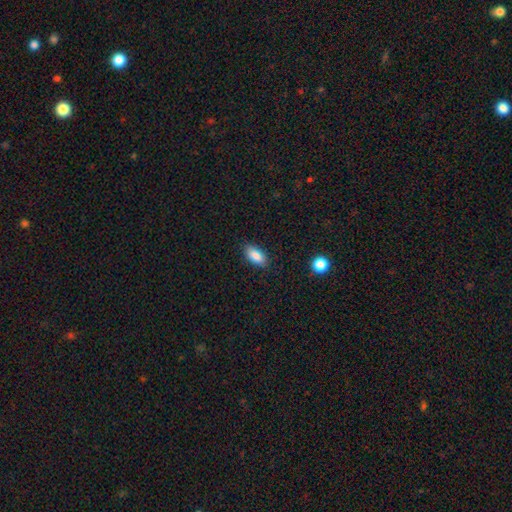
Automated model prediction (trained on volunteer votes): Smooth or featured?
  - smooth: 86% *
  - star or artifact: 8%
  - featured or disk: 6%
How rounded?
  - in between: 90% *
  - cigar-shaped: 7%
  - round: 4%
Merging?
  - none: 85% *
  - minor disturbance: 11%
  - major disturbance: 2%
  - merger: 1%